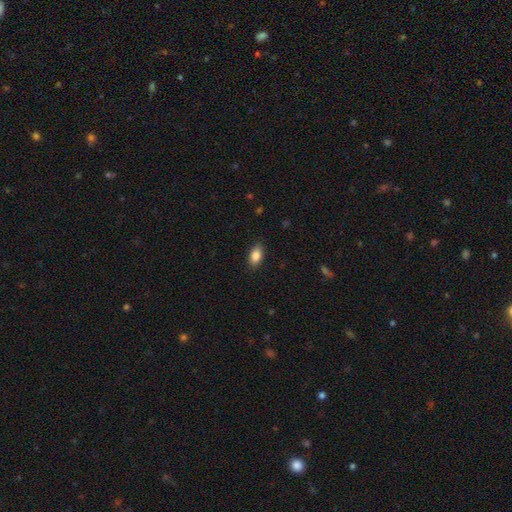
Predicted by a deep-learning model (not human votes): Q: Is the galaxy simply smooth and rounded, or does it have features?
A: smooth — 85%.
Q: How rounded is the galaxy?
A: in between — 89%.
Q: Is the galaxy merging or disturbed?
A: none — 87%.